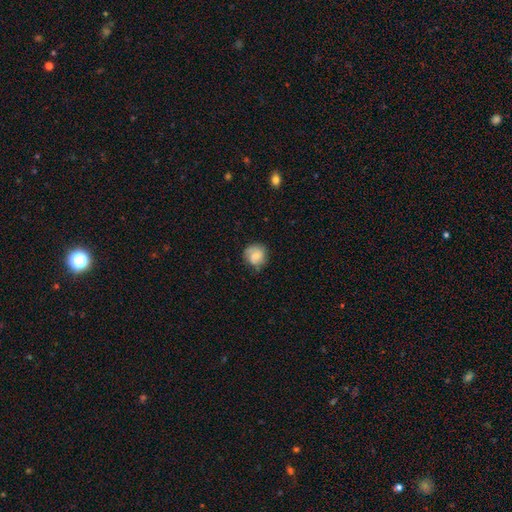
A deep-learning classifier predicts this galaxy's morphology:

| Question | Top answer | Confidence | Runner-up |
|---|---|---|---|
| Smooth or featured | smooth | 66% | featured or disk (25%) |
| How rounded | round | 84% | in between (15%) |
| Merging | none | 68% | minor disturbance (23%) |